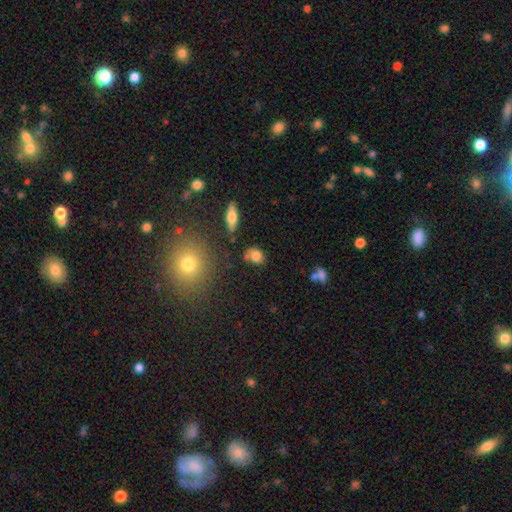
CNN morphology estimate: type=smooth (76%); roundness=round (49%); merging=none (61%).